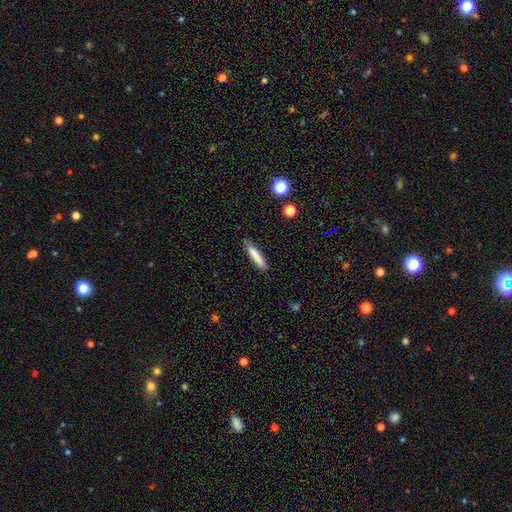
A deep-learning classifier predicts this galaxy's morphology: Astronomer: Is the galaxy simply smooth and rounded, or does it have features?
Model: smooth — 81%.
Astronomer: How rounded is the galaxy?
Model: cigar-shaped — 90%.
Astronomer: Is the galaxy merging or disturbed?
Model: none — 86%.